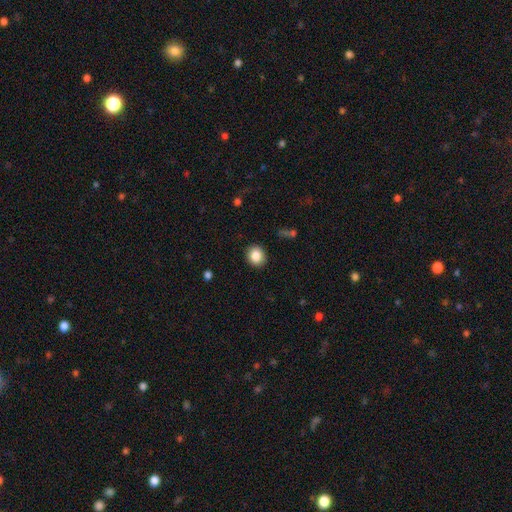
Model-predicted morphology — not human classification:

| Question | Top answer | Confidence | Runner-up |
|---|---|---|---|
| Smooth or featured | smooth | 86% | star or artifact (9%) |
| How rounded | round | 74% | in between (25%) |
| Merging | none | 90% | minor disturbance (7%) |